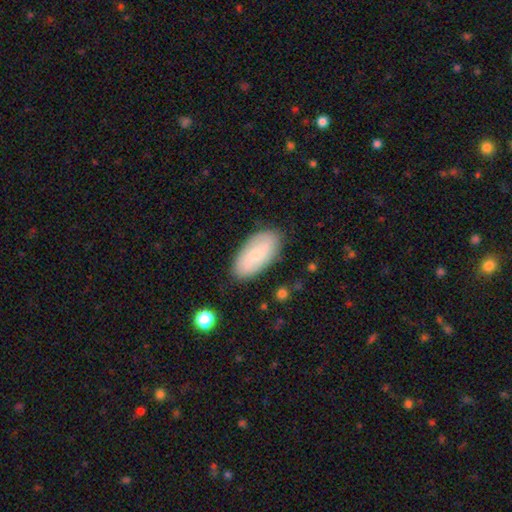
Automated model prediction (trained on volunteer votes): smooth-or-featured: smooth: 59% | featured or disk: 34% | star or artifact: 7%
  how-rounded: in between: 92% | cigar-shaped: 5% | round: 3%
  merging: none: 85% | minor disturbance: 11% | major disturbance: 3% | merger: 1%